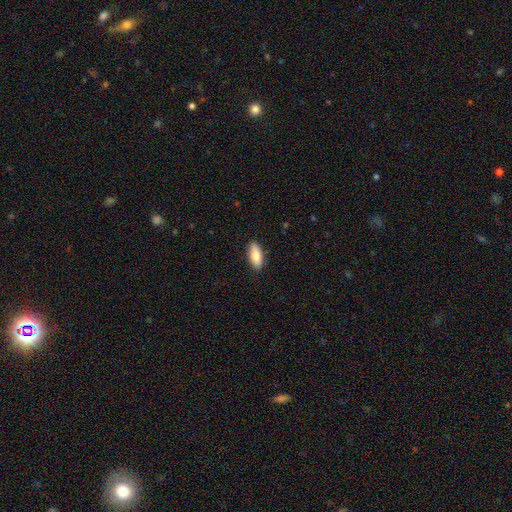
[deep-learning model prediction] Morphology: type=smooth (81%); roundness=in between (81%); merging=none (88%).